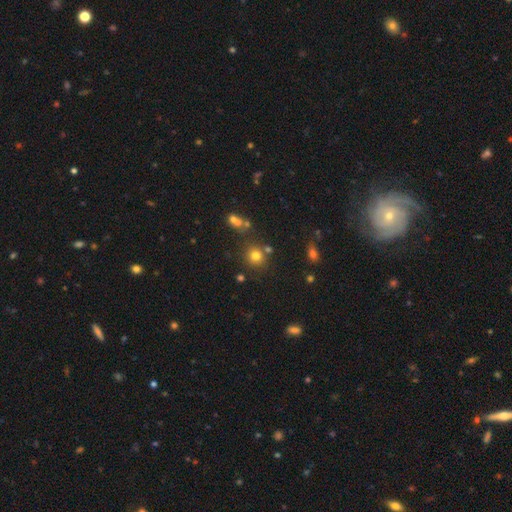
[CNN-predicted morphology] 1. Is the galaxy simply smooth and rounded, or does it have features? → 75% smooth, 17% star or artifact, 8% featured or disk.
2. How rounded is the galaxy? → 89% round, 10% in between, 1% cigar-shaped.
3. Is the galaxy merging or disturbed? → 77% none, 10% merger, 10% minor disturbance, 4% major disturbance.